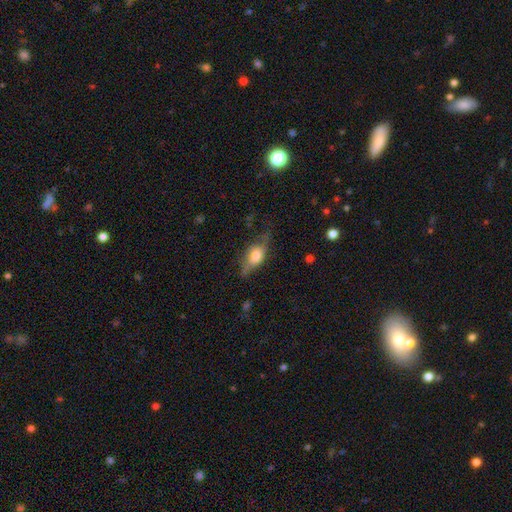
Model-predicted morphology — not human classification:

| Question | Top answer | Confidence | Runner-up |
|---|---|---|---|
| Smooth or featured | smooth | 52% | featured or disk (40%) |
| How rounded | in between | 72% | cigar-shaped (15%) |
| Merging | none | 54% | minor disturbance (29%) |